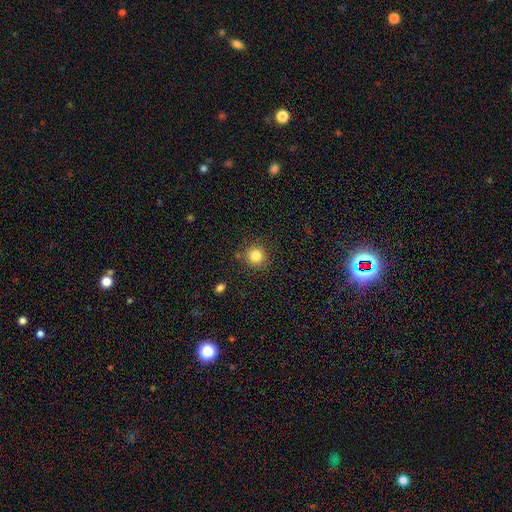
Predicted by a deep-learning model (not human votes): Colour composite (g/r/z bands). It shows a smooth galaxy with no disk features (84%) that is round (92%). Merging: none (86%).